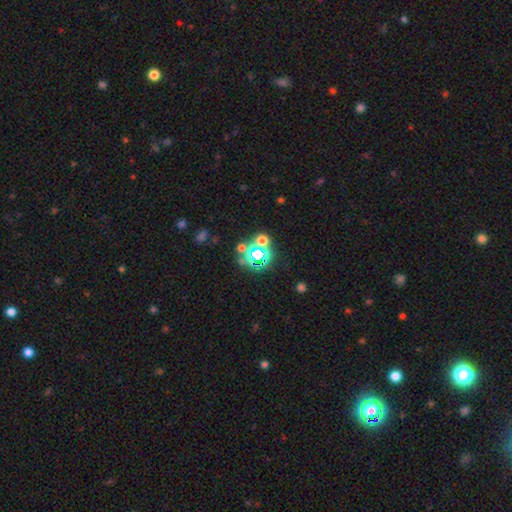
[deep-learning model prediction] The model was most divided on "smooth or featured": star or artifact: 65%, smooth: 25%, featured or disk: 10%.